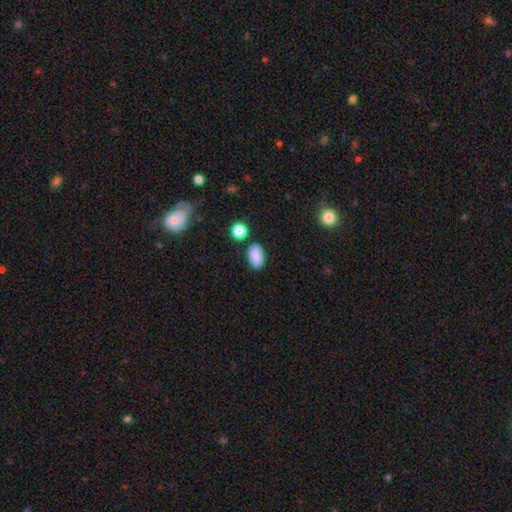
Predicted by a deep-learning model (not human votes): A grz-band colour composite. It shows a smooth galaxy with no disk features (86%) that is in between round and cigar-shaped (91%). Merging: none (80%).